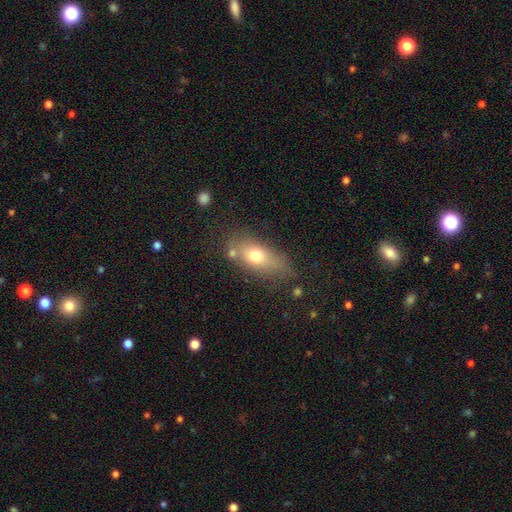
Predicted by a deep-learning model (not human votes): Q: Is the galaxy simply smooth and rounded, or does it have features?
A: smooth — 68%.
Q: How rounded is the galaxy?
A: in between — 77%.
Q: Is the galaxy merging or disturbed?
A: none — 61%.